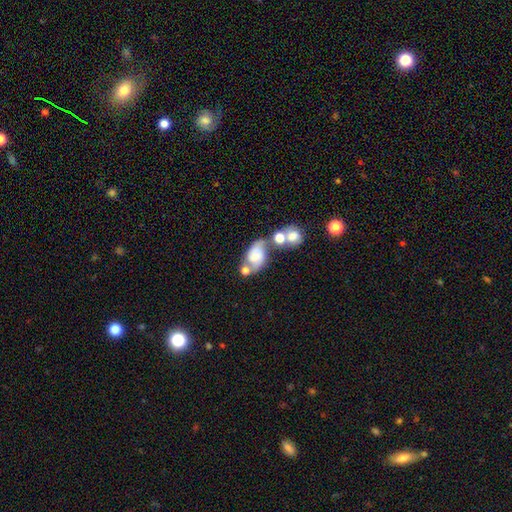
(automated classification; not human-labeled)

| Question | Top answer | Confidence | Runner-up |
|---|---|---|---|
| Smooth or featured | featured or disk | 52% | smooth (37%) |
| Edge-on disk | no | 96% | yes (4%) |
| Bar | no | 61% | weak (29%) |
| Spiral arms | yes | 75% | no (25%) |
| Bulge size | small | 32% | moderate (26%) |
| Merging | merger | 39% | none (32%) |